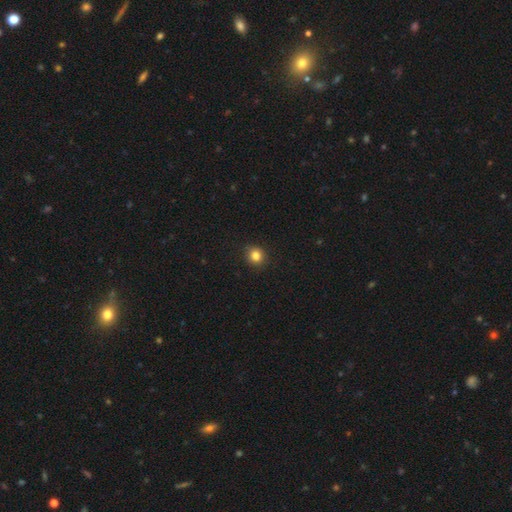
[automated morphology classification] smooth-or-featured: smooth: 83% | star or artifact: 12% | featured or disk: 5%
  how-rounded: round: 89% | in between: 10% | cigar-shaped: 1%
  merging: none: 91% | minor disturbance: 6% | major disturbance: 2% | merger: 1%